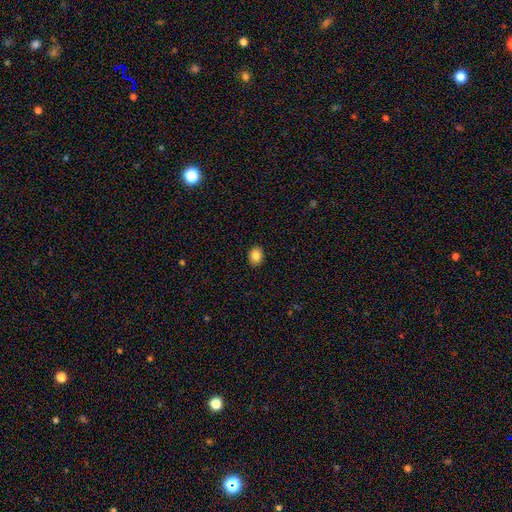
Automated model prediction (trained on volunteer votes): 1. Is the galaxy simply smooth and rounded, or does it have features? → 85% smooth, 9% star or artifact, 6% featured or disk.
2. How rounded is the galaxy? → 52% round, 47% in between, 1% cigar-shaped.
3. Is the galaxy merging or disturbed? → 90% none, 7% minor disturbance, 2% major disturbance, 1% merger.